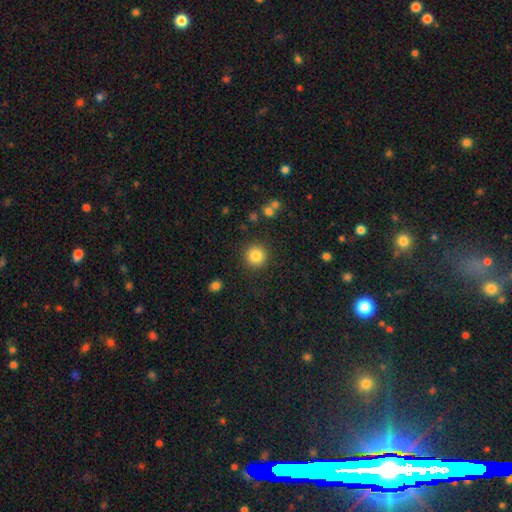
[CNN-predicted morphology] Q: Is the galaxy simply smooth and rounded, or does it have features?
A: smooth — 84%.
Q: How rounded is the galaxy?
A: round — 95%.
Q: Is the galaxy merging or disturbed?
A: none — 90%.